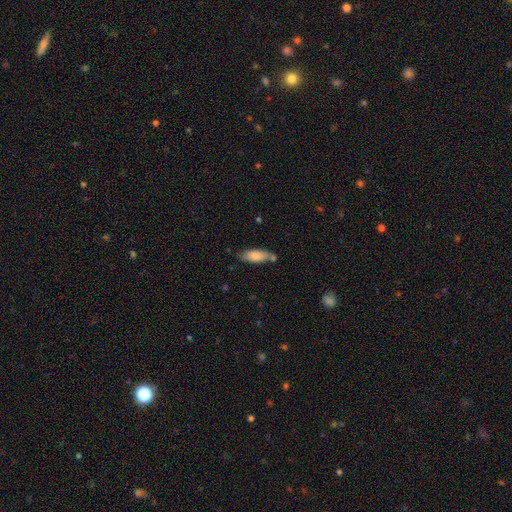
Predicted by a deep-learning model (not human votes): Overall: smooth (82%). How rounded: in between (64%; cigar-shaped 34%). Merging: none (63%).